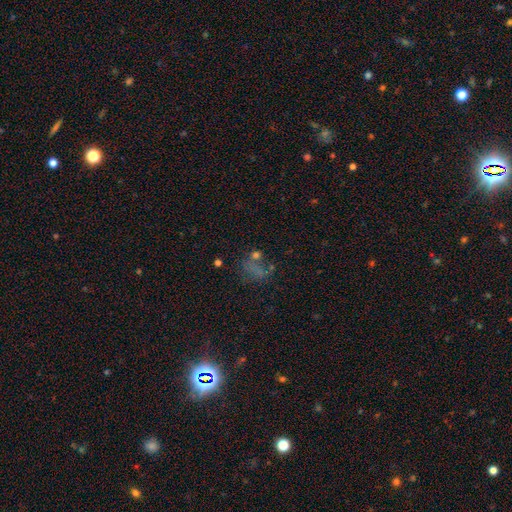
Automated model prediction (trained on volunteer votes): A star or artifact, not a galaxy (53%).